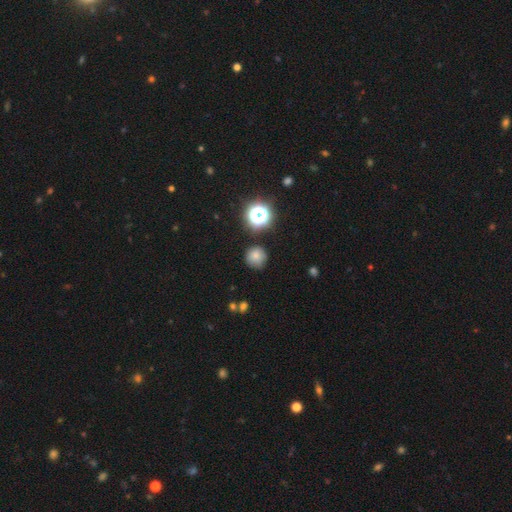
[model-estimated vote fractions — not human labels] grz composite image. It shows a smooth galaxy with no disk features (78%) that is round (93%). Merging: none (81%).